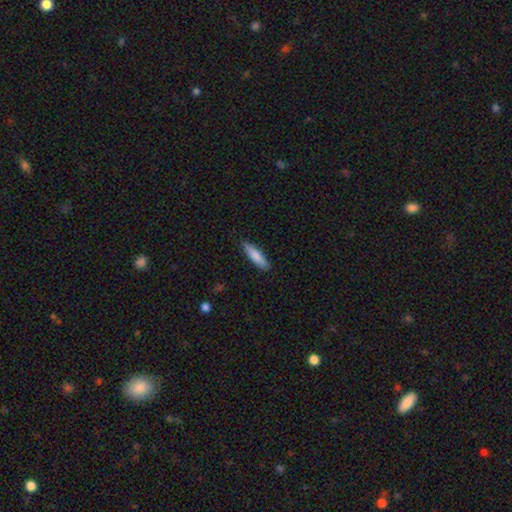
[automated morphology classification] Smooth or featured: smooth — 83% (featured or disk — 12%)
How rounded: cigar-shaped — 72% (in between — 26%)
Merging: none — 86% (minor disturbance — 11%)